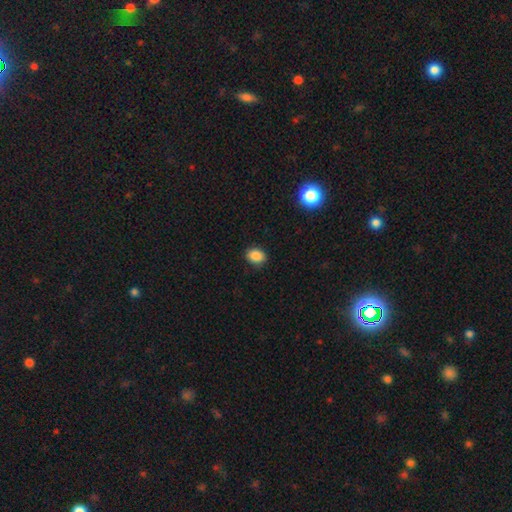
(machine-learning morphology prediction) Smooth or featured? Predicted: smooth (p=0.87). How rounded? Predicted: in between (p=0.62). Merging? Predicted: none (p=0.86).